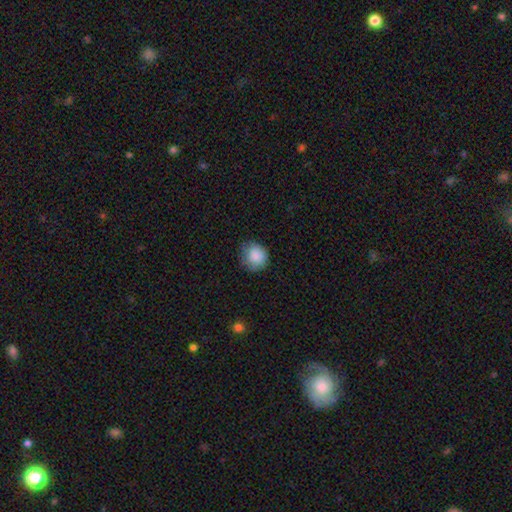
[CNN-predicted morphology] Smooth or featured?
  - smooth: 87% *
  - star or artifact: 8%
  - featured or disk: 5%
How rounded?
  - round: 83% *
  - in between: 16%
  - cigar-shaped: 1%
Merging?
  - none: 73% *
  - minor disturbance: 21%
  - major disturbance: 4%
  - merger: 1%